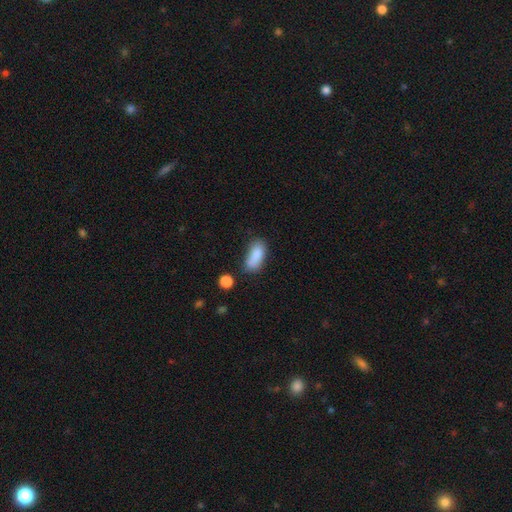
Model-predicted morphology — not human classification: smooth_or_featured: smooth (p=0.85) [alt: star or artifact p=0.08]
how_rounded: in between (p=0.82) [alt: cigar-shaped p=0.15]
merging: none (p=0.56) [alt: minor disturbance p=0.27]